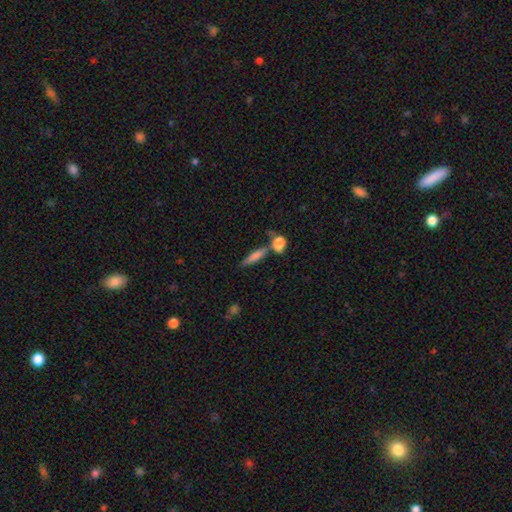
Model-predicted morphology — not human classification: smooth 56%, featured or disk 31%, star or artifact 13%. Down the decision tree: how rounded — cigar-shaped (72%); merging — none (66%).